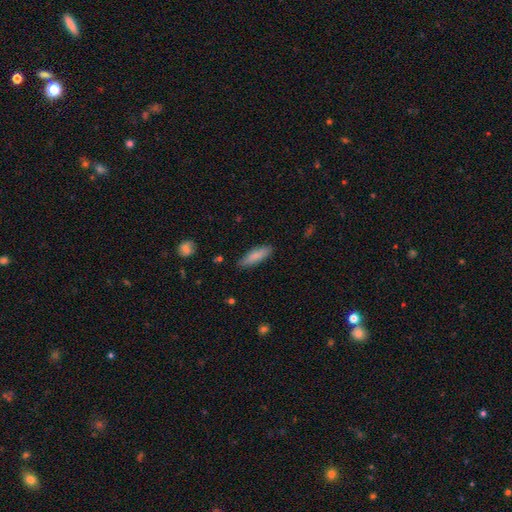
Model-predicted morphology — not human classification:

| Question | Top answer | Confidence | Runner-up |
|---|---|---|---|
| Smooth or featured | smooth | 82% | featured or disk (12%) |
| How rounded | cigar-shaped | 53% | in between (46%) |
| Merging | none | 83% | minor disturbance (13%) |